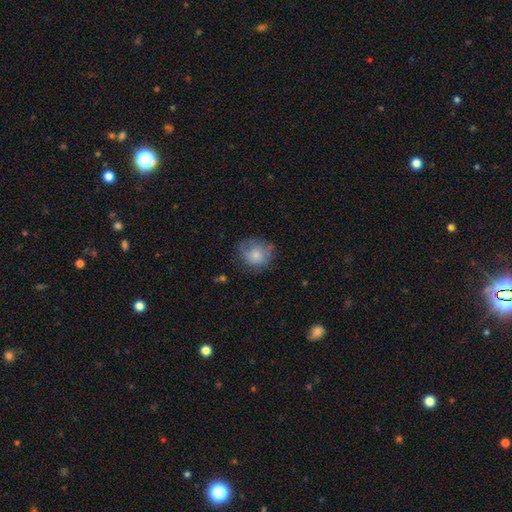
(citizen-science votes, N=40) Q: Smooth or featured?
A: smooth (80%); runner-up: featured or disk (10%)
Q: How rounded?
A: round (75%); runner-up: in between (25%)
Q: Merging?
A: none (67%); runner-up: minor disturbance (22%)